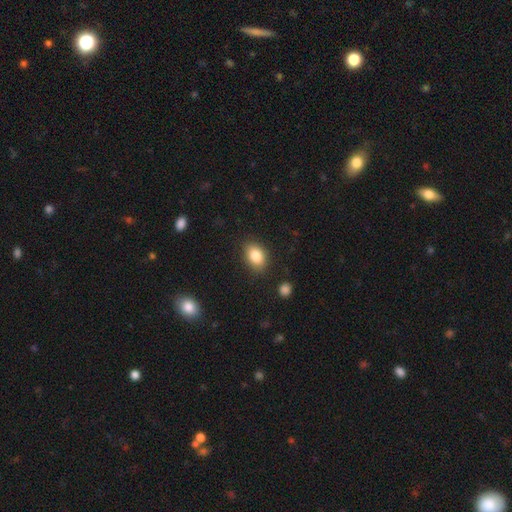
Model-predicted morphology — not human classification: smooth 85%, star or artifact 8%, featured or disk 7%. Down the decision tree: how rounded — in between (80%); merging — none (84%).